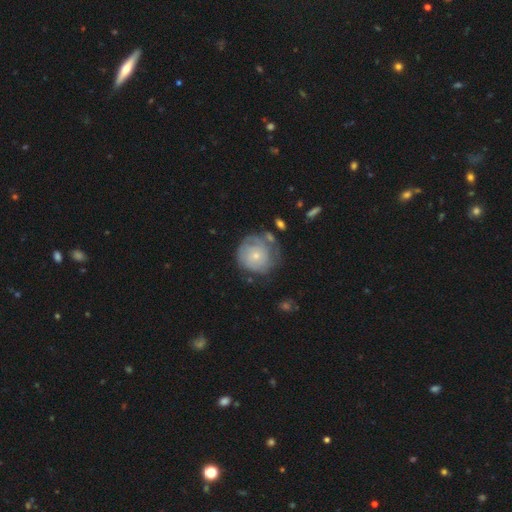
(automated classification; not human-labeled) A featured or disk galaxy (51%). Merging: none (56%).